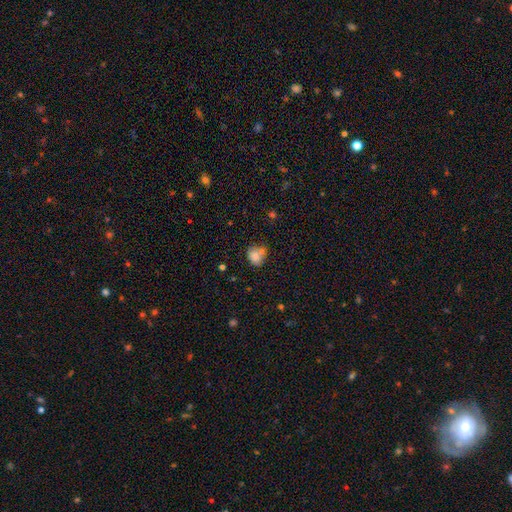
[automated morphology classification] Overall: smooth (78%). How rounded: round (63%; in between 36%). Merging: none (47%; merger 29%).